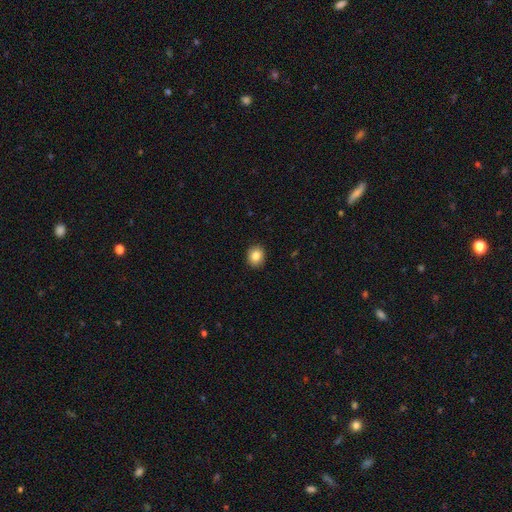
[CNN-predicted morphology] The model was most divided on "how rounded": round: 66%, in between: 33%, cigar-shaped: 1%. More confident: merging — none (91%); smooth or featured — smooth (86%).